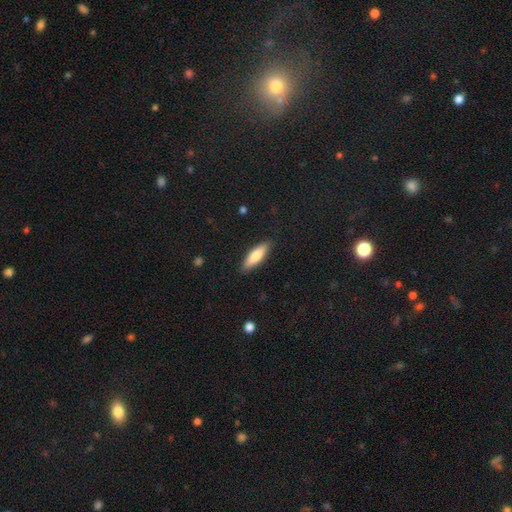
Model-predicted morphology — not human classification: type=smooth (74%); roundness=cigar-shaped (55%); merging=none (88%).